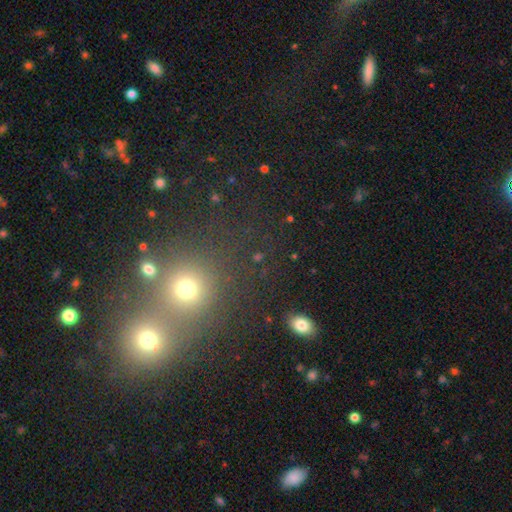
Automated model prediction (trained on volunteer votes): Q: Smooth or featured?
A: smooth (54%); runner-up: star or artifact (36%)
Q: How rounded?
A: round (83%); runner-up: in between (16%)
Q: Merging?
A: none (50%); runner-up: merger (39%)